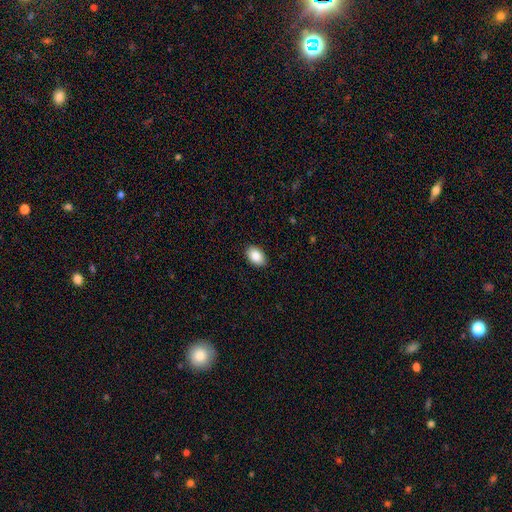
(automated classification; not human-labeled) Smooth or featured: smooth — 87% (star or artifact — 7%)
How rounded: in between — 89% (round — 10%)
Merging: none — 90% (minor disturbance — 7%)